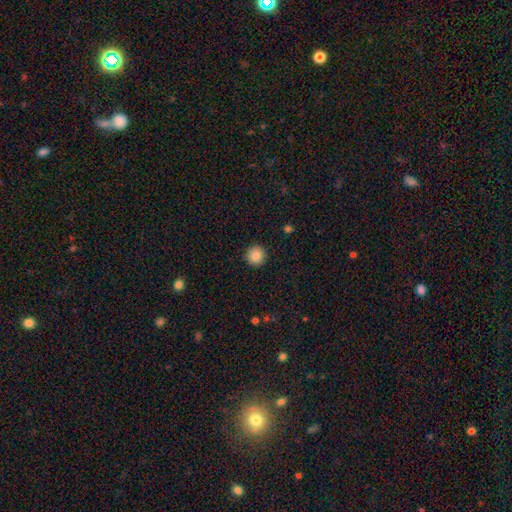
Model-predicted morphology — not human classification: smooth 87%, star or artifact 9%, featured or disk 4%. Down the decision tree: how rounded — round (95%); merging — none (93%).